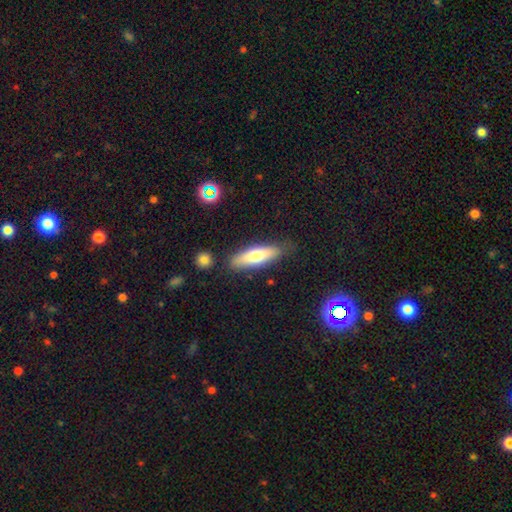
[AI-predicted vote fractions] The model was most divided on "how rounded": cigar-shaped: 51%, in between: 46%, round: 2%. More confident: merging — none (80%); smooth or featured — smooth (66%).